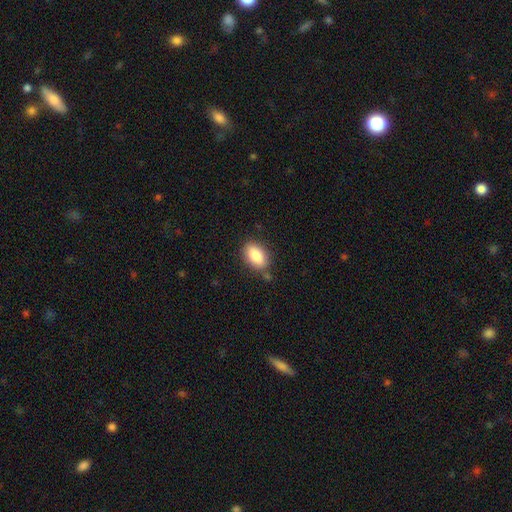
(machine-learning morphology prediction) A smooth galaxy with no disk features (87%) that is in between round and cigar-shaped (89%).

Vote fractions:
- Smooth or featured? smooth: 87% / star or artifact: 7% / featured or disk: 6%
- How rounded? in between: 89% / round: 8% / cigar-shaped: 3%
- Merging? none: 78% / minor disturbance: 14% / merger: 4% / major disturbance: 3%